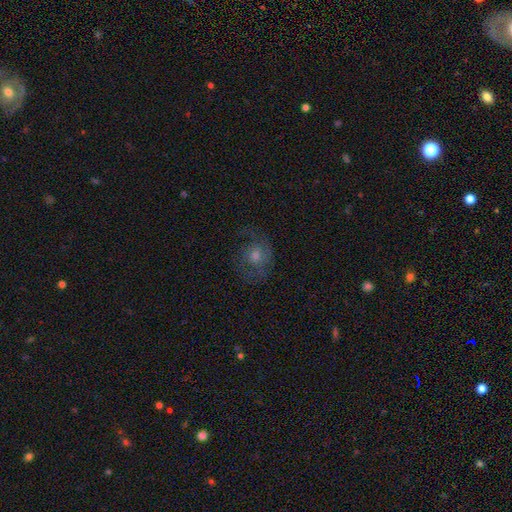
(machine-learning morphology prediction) This appears to be a featured or disk galaxy (48%). Merging: none (64%).